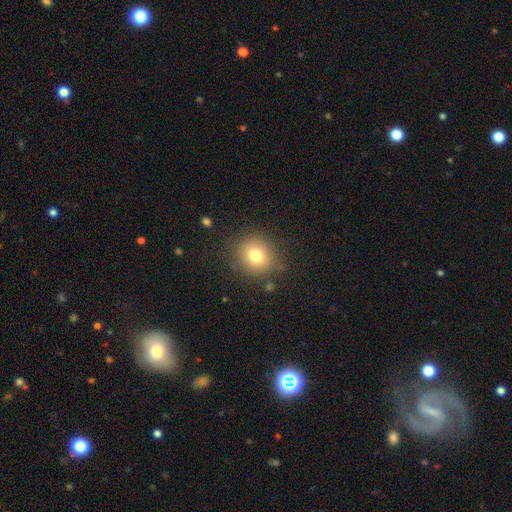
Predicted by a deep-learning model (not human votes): Q: Smooth or featured?
A: smooth (76%); runner-up: star or artifact (13%)
Q: How rounded?
A: round (83%); runner-up: in between (16%)
Q: Merging?
A: none (82%); runner-up: minor disturbance (12%)